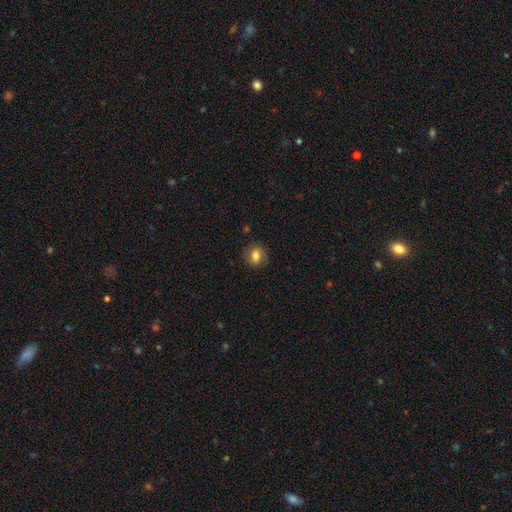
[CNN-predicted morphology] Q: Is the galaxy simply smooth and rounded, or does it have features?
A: smooth — 78%.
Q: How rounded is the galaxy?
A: round — 60%.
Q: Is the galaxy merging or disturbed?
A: none — 84%.